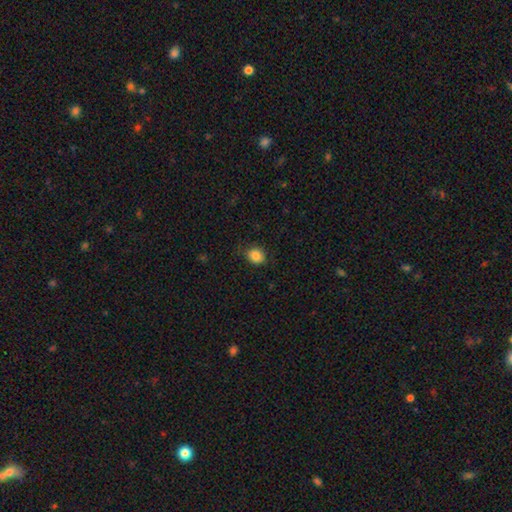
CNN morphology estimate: Smooth or featured? smooth (85%)
How rounded? round (73%)
Merging? none (81%)